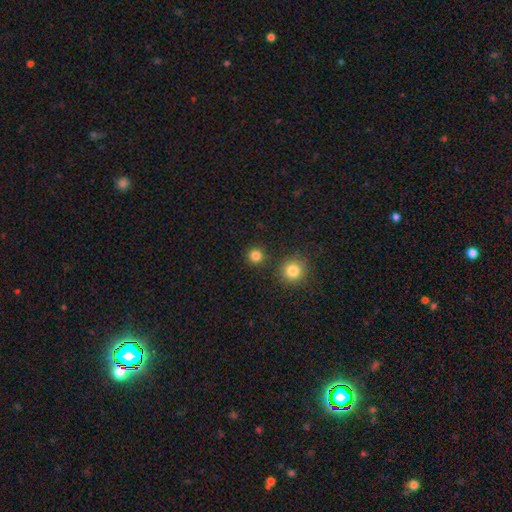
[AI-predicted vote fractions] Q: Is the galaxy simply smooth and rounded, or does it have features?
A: smooth — 82%.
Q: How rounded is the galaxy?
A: round — 94%.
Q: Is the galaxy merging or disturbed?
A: none — 88%.